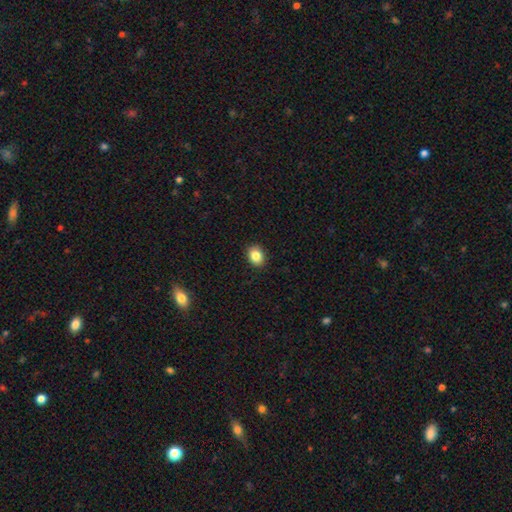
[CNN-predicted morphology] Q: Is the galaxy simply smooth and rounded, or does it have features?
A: smooth — 85%.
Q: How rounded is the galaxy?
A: round — 54%.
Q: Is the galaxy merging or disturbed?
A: none — 91%.